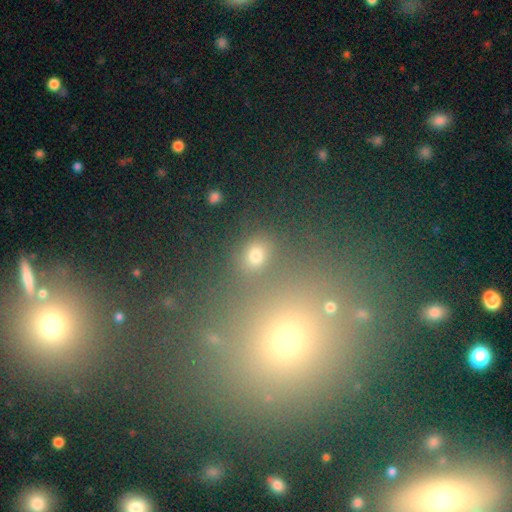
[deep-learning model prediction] Smooth or featured?
  - smooth: 66% *
  - star or artifact: 26%
  - featured or disk: 8%
How rounded?
  - round: 56% *
  - in between: 41%
  - cigar-shaped: 2%
Merging?
  - none: 76% *
  - minor disturbance: 10%
  - merger: 8%
  - major disturbance: 5%